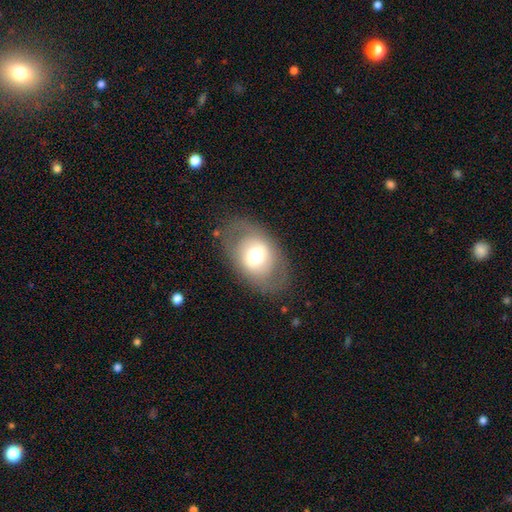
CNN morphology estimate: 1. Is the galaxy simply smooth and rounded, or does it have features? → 53% smooth, 39% featured or disk, 8% star or artifact.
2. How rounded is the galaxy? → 80% in between, 19% round, 1% cigar-shaped.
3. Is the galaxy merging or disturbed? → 78% none, 13% minor disturbance, 8% major disturbance, 1% merger.